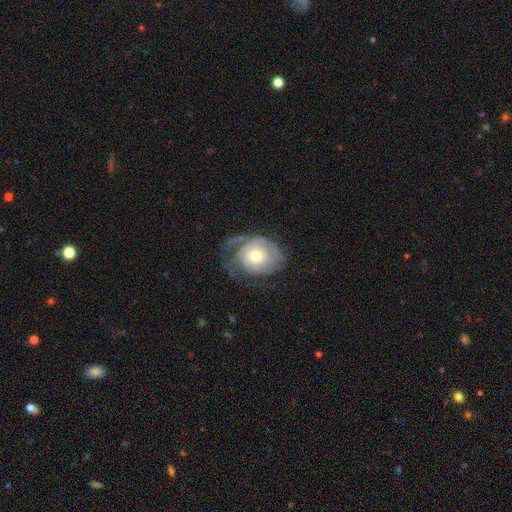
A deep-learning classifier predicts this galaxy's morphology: Smooth or featured?
  - featured or disk: 67% *
  - smooth: 26%
  - star or artifact: 6%
Edge-on disk?
  - no: 97% *
  - yes: 3%
Bar?
  - no: 77% *
  - weak: 19%
  - strong: 3%
Spiral arms?
  - yes: 83% *
  - no: 17%
Spiral winding?
  - tight: 58% *
  - medium: 28%
  - loose: 14%
Spiral arm count?
  - can't tell: 33% *
  - 2: 30%
  - 1: 21%
  - 3: 10%
  - 4: 3%
  - more than 4: 3%
Bulge size?
  - moderate: 71% *
  - small: 16%
  - large: 11%
  - dominant: 1%
  - none: 1%
Merging?
  - none: 49% *
  - minor disturbance: 26%
  - major disturbance: 23%
  - merger: 2%